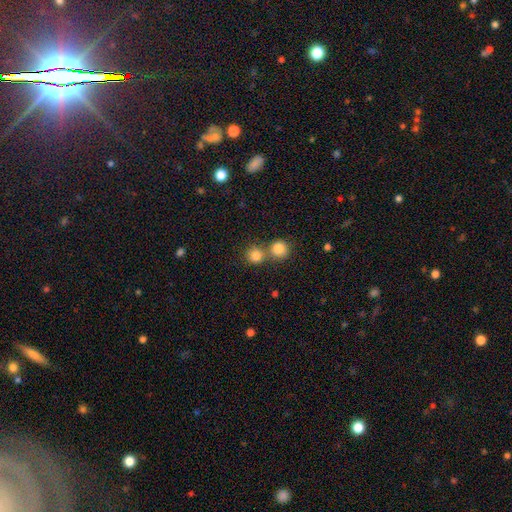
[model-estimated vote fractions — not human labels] A smooth galaxy with no disk features (82%) that is round (89%).

Vote fractions:
- Smooth or featured? smooth: 82% / star or artifact: 12% / featured or disk: 6%
- How rounded? round: 89% / in between: 10% / cigar-shaped: 1%
- Merging? none: 53% / merger: 38% / minor disturbance: 6% / major disturbance: 3%